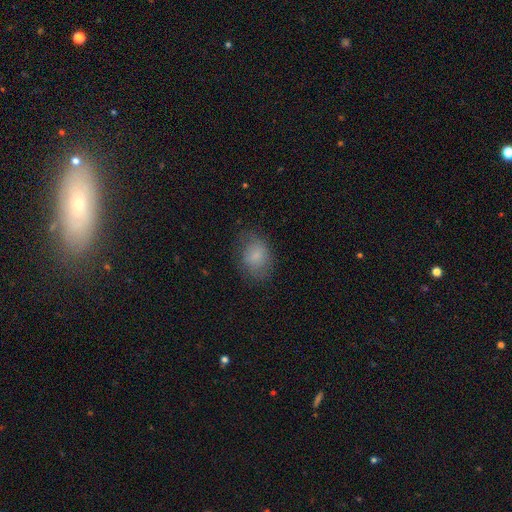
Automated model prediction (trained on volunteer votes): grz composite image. It shows a smooth galaxy with no disk features (78%) that is in between round and cigar-shaped (72%). Merging: none (70%).